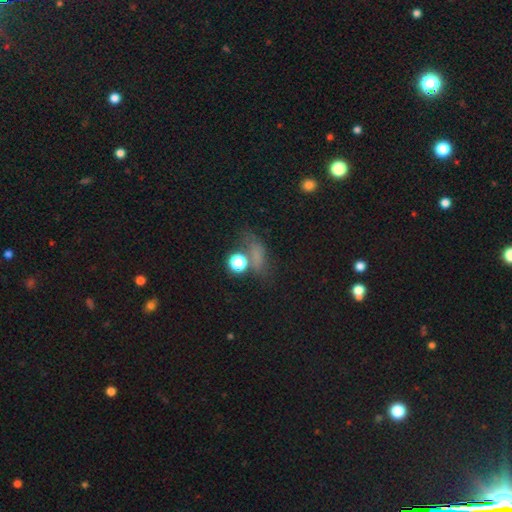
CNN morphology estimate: A smooth galaxy with no disk features (54%) that is in between round and cigar-shaped (48%). Merging: none (52%).